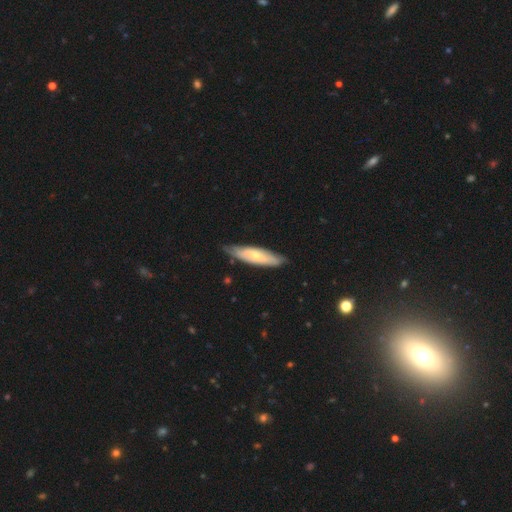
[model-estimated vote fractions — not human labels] A featured or disk galaxy (49%).

Vote fractions:
- Smooth or featured? featured or disk: 49% / smooth: 45% / star or artifact: 5%
- Merging? none: 72% / minor disturbance: 22% / major disturbance: 4% / merger: 2%